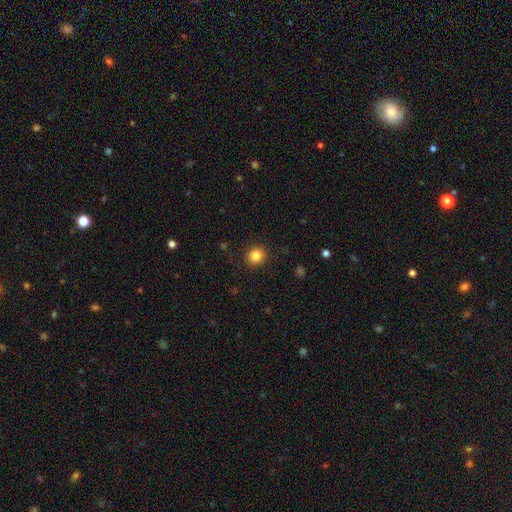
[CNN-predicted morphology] Smooth or featured? smooth (84%)
How rounded? round (88%)
Merging? none (91%)